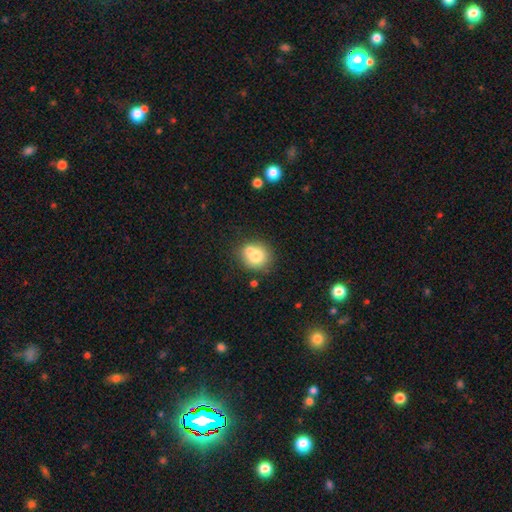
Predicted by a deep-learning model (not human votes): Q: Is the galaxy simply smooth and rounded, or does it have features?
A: smooth — 74%.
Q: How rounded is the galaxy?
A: round — 84%.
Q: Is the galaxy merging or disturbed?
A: none — 54%.